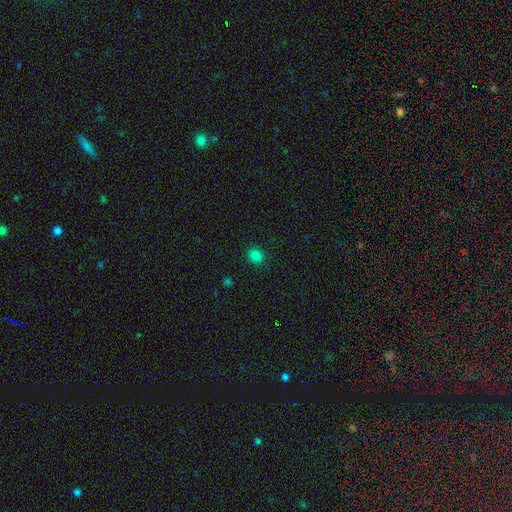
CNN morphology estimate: Overall: smooth (81%). How rounded: round (71%). Merging: none (90%).